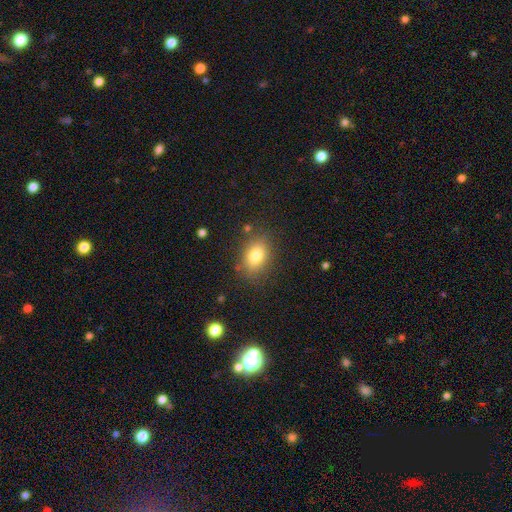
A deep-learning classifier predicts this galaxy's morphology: smooth-or-featured: smooth: 79% | star or artifact: 11% | featured or disk: 11%
  how-rounded: in between: 73% | round: 25% | cigar-shaped: 1%
  merging: none: 81% | minor disturbance: 13% | major disturbance: 4% | merger: 2%